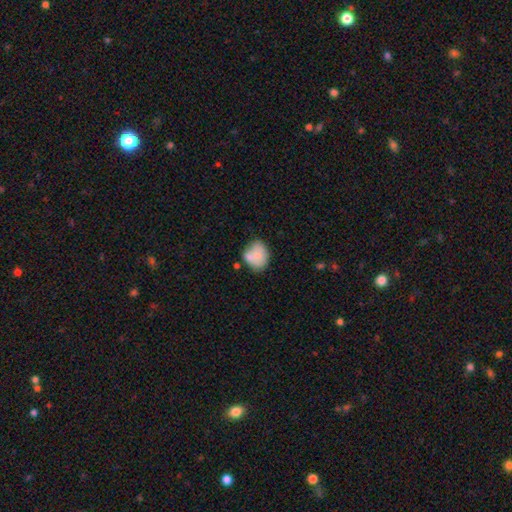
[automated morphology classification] smooth_or_featured: smooth (p=0.73) [alt: featured or disk p=0.19]
how_rounded: round (p=0.52) [alt: in between p=0.47]
merging: none (p=0.44) [alt: merger p=0.25]